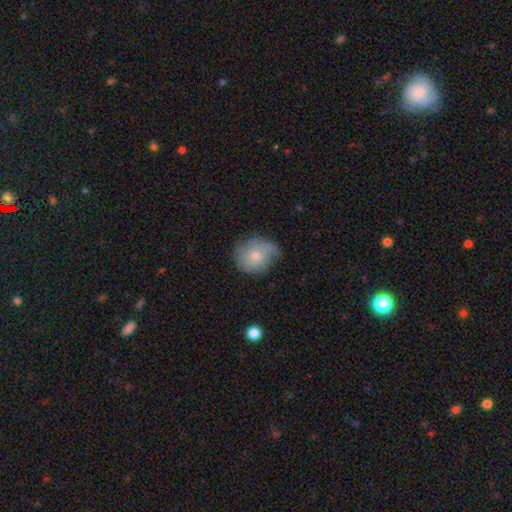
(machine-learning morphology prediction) The model was most divided on "merging": none: 52%, minor disturbance: 33%, major disturbance: 13%, merger: 2%. More confident: how rounded — round (80%); smooth or featured — smooth (57%).